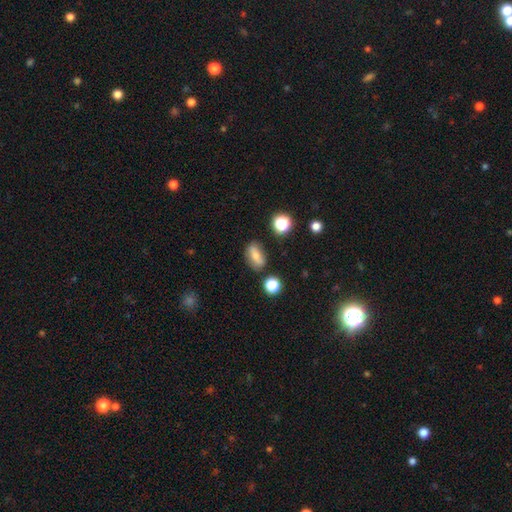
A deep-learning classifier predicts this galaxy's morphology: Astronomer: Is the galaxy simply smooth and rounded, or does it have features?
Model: smooth — 67%.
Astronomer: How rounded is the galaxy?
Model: in between — 76%.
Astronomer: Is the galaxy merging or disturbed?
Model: none — 78%.